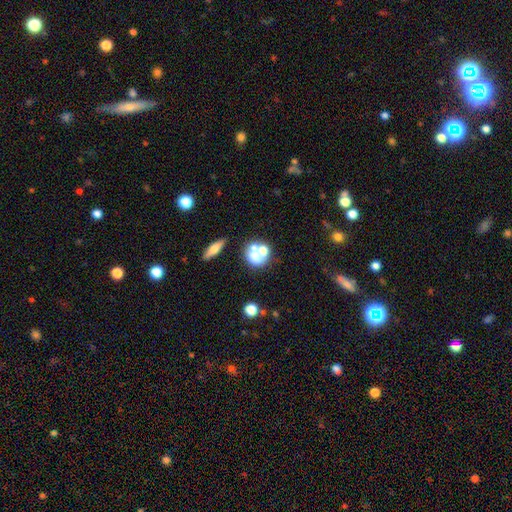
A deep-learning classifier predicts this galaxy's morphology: Smooth or featured? smooth (60%)
How rounded? round (75%)
Merging? merger (45%)